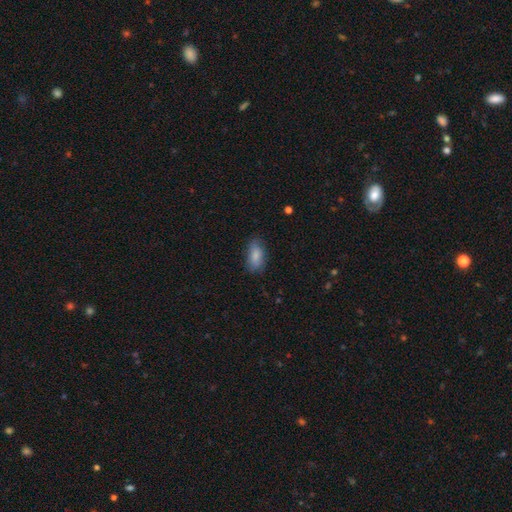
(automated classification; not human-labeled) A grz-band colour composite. It shows a smooth galaxy with no disk features (83%) that is in between round and cigar-shaped (88%). Merging: none (74%).